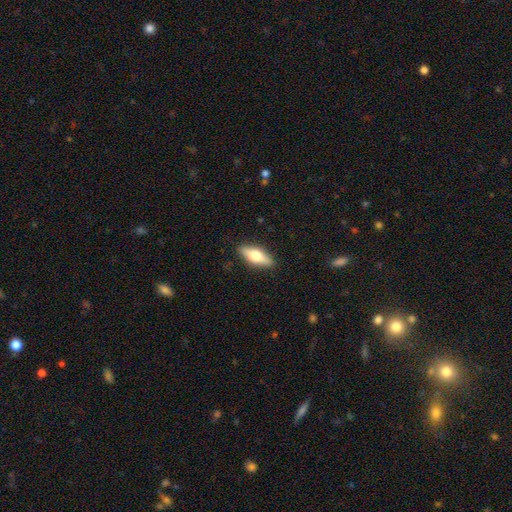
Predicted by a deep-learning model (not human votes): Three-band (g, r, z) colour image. It shows a smooth galaxy with no disk features (60%) that is in between round and cigar-shaped (67%). Merging: none (89%).